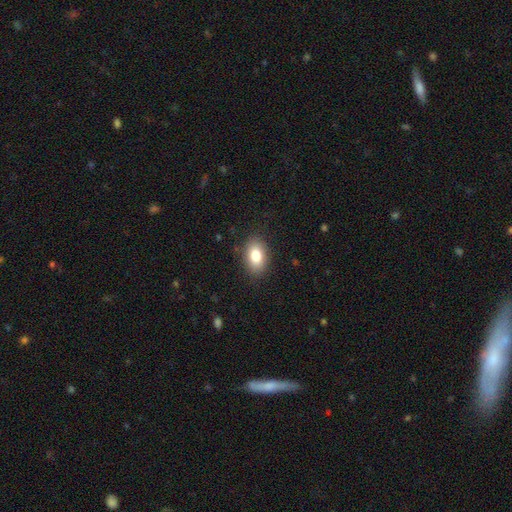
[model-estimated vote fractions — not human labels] smooth-or-featured: smooth: 82% | featured or disk: 10% | star or artifact: 8%
  how-rounded: in between: 88% | round: 11% | cigar-shaped: 1%
  merging: none: 86% | minor disturbance: 10% | major disturbance: 3% | merger: 1%